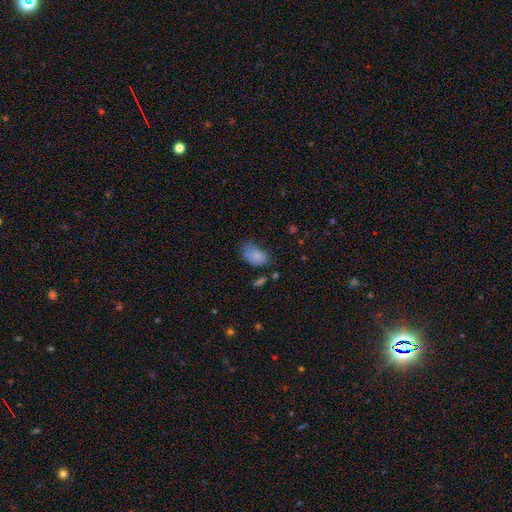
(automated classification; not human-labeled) This is clearly a smooth galaxy (82%). How rounded: clearly in between (88%). Merging: possibly none (46%).